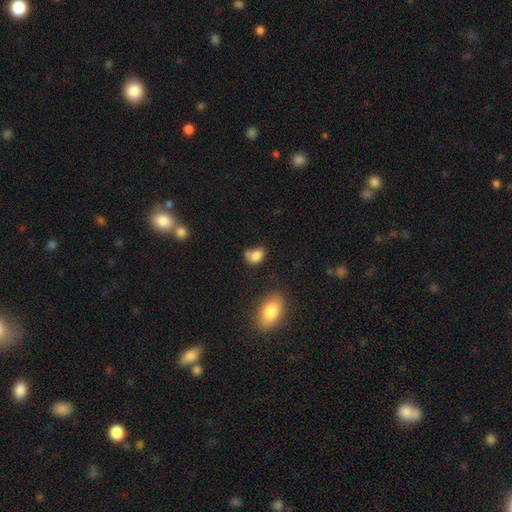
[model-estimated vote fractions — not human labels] smooth_or_featured: smooth (p=0.82) [alt: star or artifact p=0.10]
how_rounded: in between (p=0.71) [alt: round p=0.28]
merging: none (p=0.44) [alt: merger p=0.26]